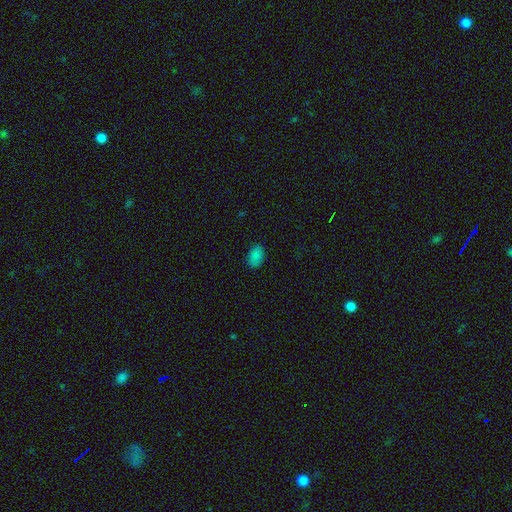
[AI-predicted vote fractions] smooth_or_featured: smooth (p=0.83) [alt: star or artifact p=0.12]
how_rounded: in between (p=0.85) [alt: round p=0.14]
merging: none (p=0.84) [alt: minor disturbance p=0.12]